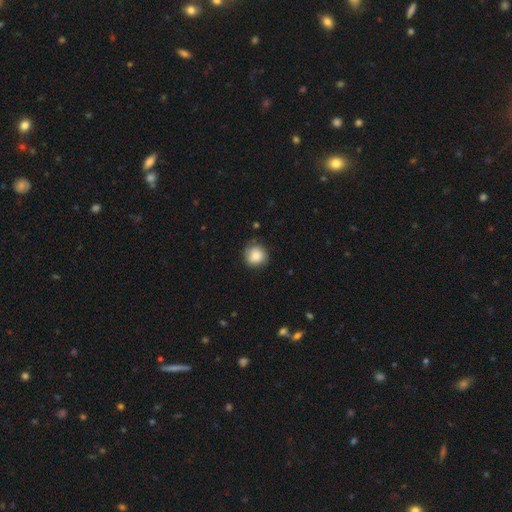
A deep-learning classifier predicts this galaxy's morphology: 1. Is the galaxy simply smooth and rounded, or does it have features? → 83% smooth, 9% featured or disk, 8% star or artifact.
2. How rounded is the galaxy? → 91% round, 8% in between, 1% cigar-shaped.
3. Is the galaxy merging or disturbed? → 79% none, 16% minor disturbance, 3% major disturbance, 1% merger.